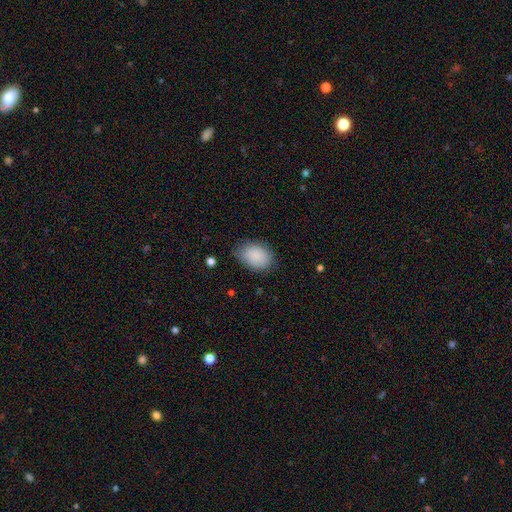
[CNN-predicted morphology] Smooth or featured? Predicted: smooth (p=0.88). How rounded? Predicted: in between (p=0.76). Merging? Predicted: none (p=0.71).